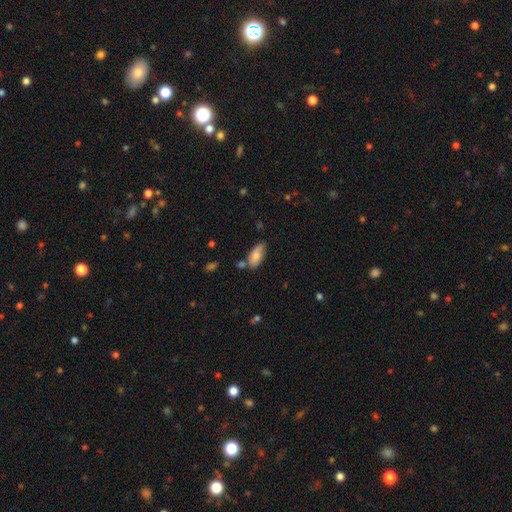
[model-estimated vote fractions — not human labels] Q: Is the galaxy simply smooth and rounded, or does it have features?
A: smooth — 77%.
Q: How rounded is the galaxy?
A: in between — 89%.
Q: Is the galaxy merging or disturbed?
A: none — 56%.